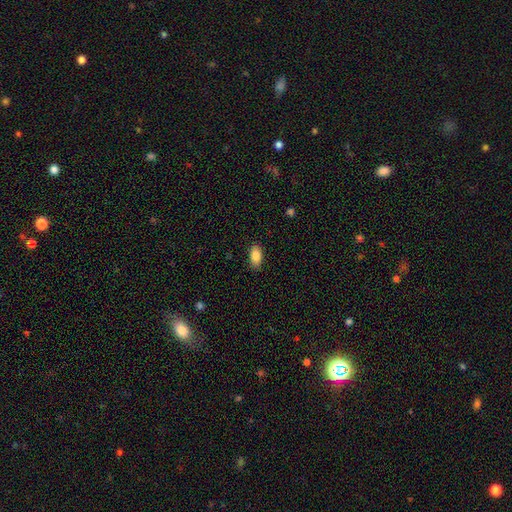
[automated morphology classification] type=smooth (87%); roundness=in between (91%); merging=none (86%).